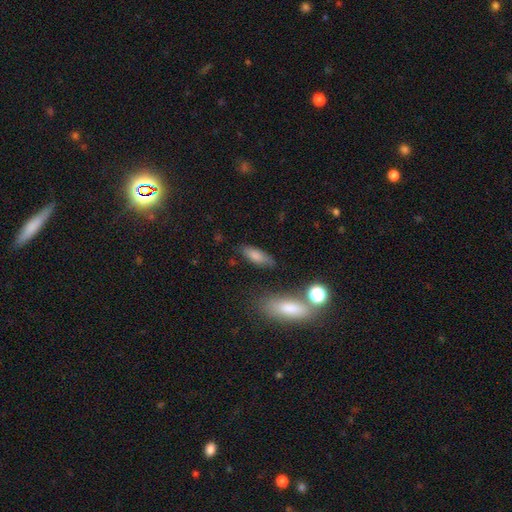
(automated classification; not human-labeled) Morphology: type=smooth (81%); roundness=in between (71%); merging=none (72%).